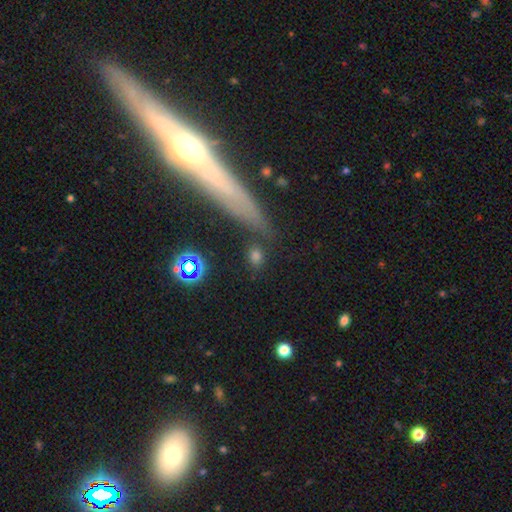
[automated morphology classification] A smooth galaxy with no disk features (68%) that is in between round and cigar-shaped (50%). Merging: none (78%).